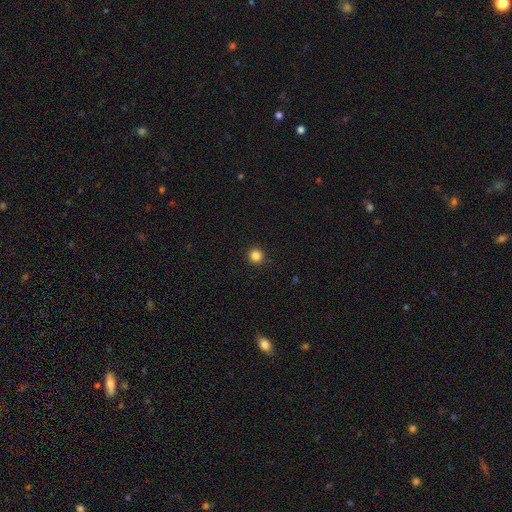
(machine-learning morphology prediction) The model was most divided on "smooth or featured": smooth: 84%, star or artifact: 12%, featured or disk: 4%. More confident: how rounded — round (96%); merging — none (93%).